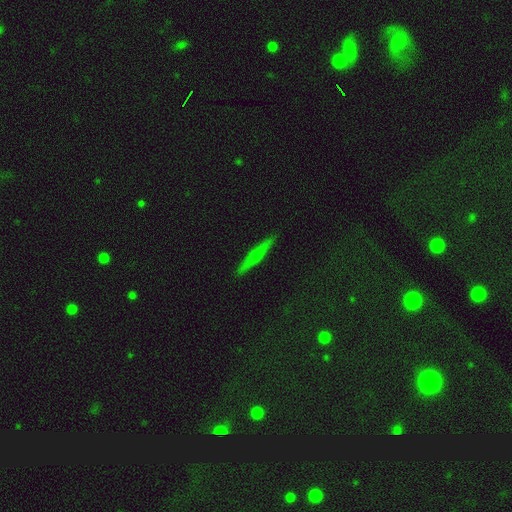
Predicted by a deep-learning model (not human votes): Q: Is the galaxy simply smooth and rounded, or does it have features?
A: featured or disk — 54%.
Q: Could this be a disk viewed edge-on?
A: yes — 96%.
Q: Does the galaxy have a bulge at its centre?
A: rounded — 68%.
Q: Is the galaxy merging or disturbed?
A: none — 90%.